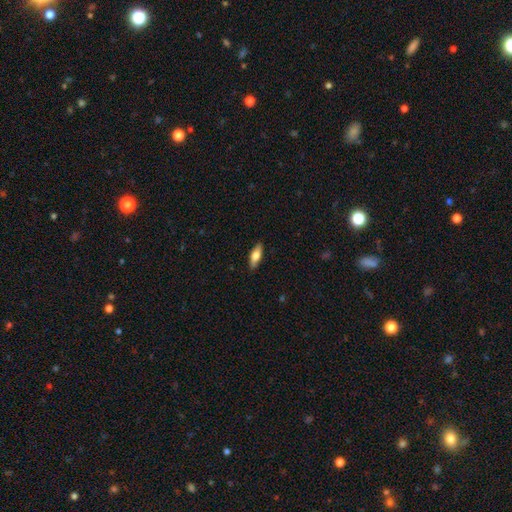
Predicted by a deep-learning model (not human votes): Smooth or featured? Predicted: smooth (p=0.69). How rounded? Predicted: in between (p=0.64). Merging? Predicted: none (p=0.86).